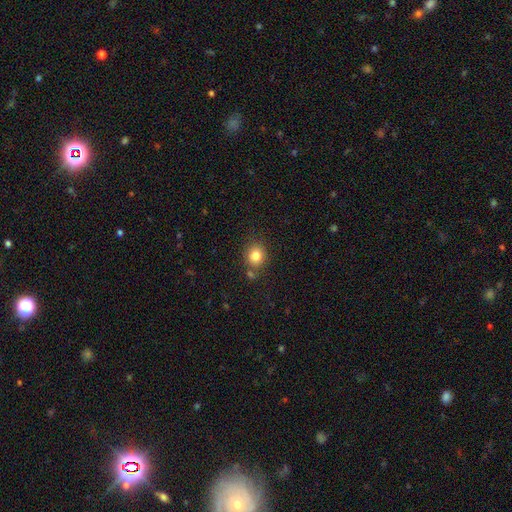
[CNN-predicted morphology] smooth_or_featured: smooth (p=0.82) [alt: star or artifact p=0.12]
how_rounded: round (p=0.80) [alt: in between p=0.19]
merging: none (p=0.77) [alt: minor disturbance p=0.11]